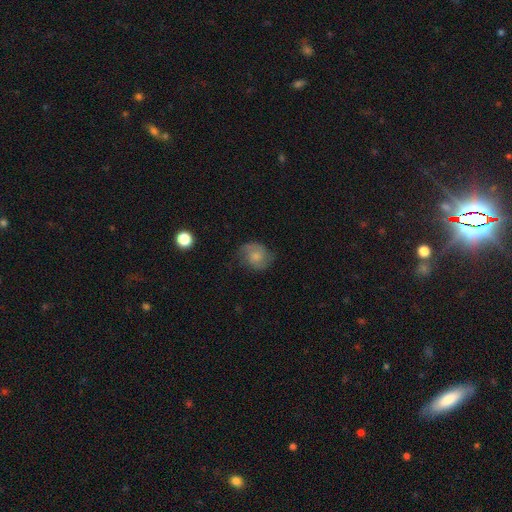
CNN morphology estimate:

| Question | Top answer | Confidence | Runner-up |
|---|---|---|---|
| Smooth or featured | smooth | 47% | featured or disk (44%) |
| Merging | none | 63% | minor disturbance (25%) |